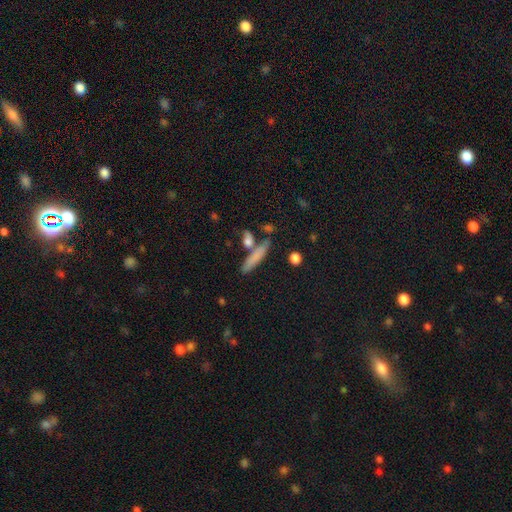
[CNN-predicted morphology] A smooth galaxy with no disk features (72%) that is cigar-shaped (85%). Merging: none (71%).